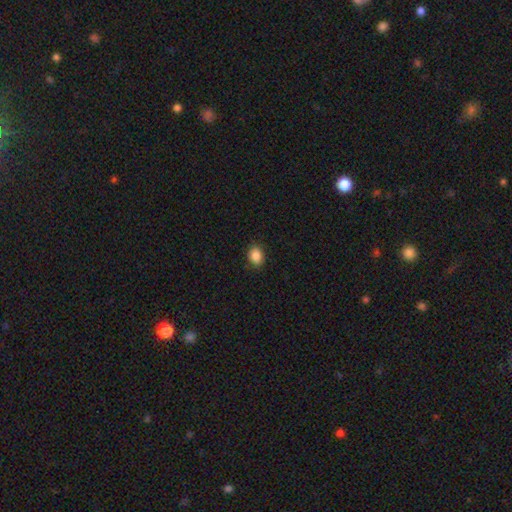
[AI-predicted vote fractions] Morphology: type=smooth (87%); roundness=in between (62%); merging=none (85%).